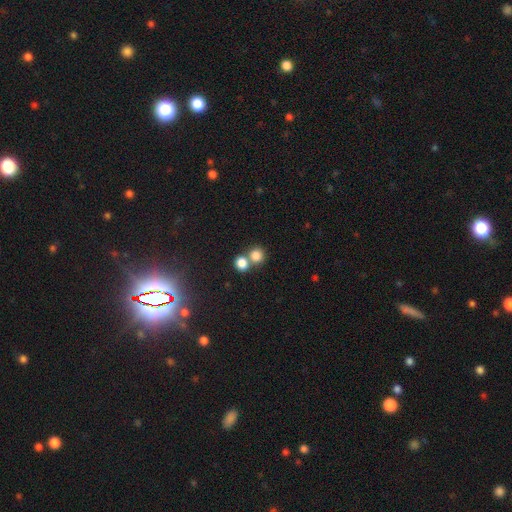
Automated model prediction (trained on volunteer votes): Overall: smooth (81%). How rounded: round (86%). Merging: none (50%; merger 41%).